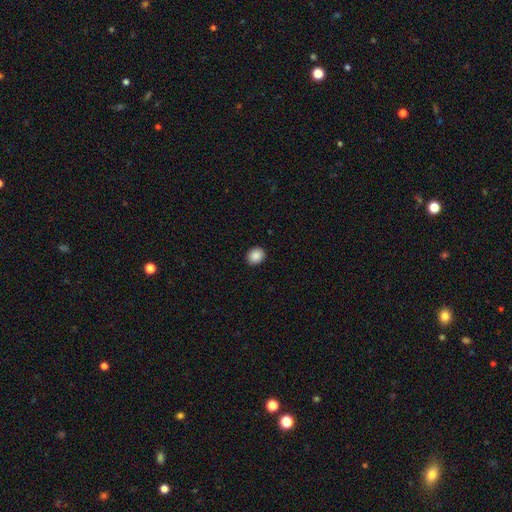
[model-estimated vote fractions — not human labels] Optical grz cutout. It shows a smooth galaxy with no disk features (89%) that is round (65%). Merging: none (91%).